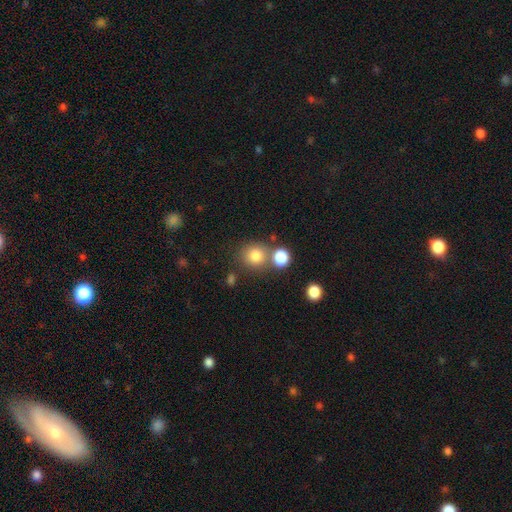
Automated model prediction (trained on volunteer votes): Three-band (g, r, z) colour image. It shows a smooth galaxy with no disk features (80%) that is round (86%). Merging: none (67%).